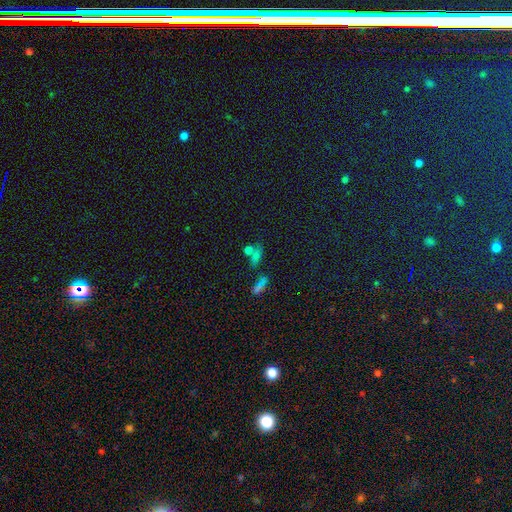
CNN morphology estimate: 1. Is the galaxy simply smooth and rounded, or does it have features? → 55% smooth, 30% star or artifact, 14% featured or disk.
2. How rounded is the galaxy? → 55% in between, 24% round, 21% cigar-shaped.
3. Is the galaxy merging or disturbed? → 46% none, 31% merger, 13% minor disturbance, 9% major disturbance.